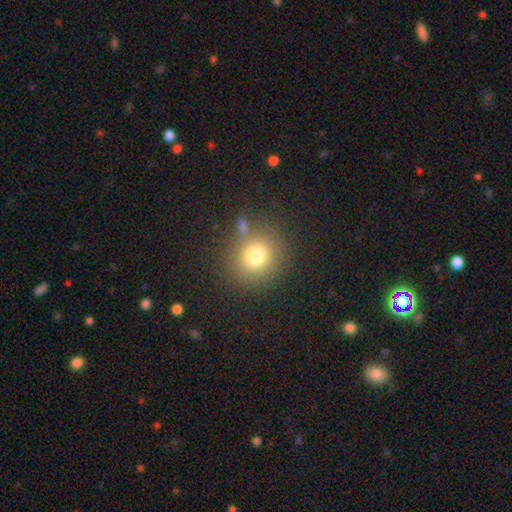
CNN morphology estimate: smooth_or_featured: smooth (p=0.75) [alt: star or artifact p=0.15]
how_rounded: round (p=0.87) [alt: in between p=0.12]
merging: none (p=0.78) [alt: minor disturbance p=0.10]